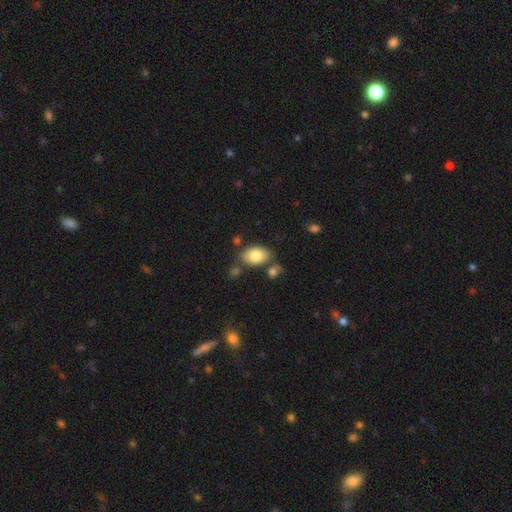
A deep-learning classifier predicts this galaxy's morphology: Overall: smooth (82%). How rounded: in between (90%). Merging: none (74%).